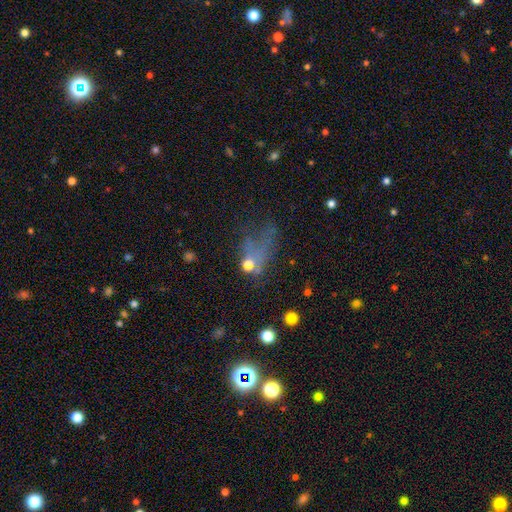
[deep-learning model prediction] Q: Smooth or featured?
A: smooth (41%); runner-up: star or artifact (32%)
Q: Merging?
A: major disturbance (46%); runner-up: none (28%)